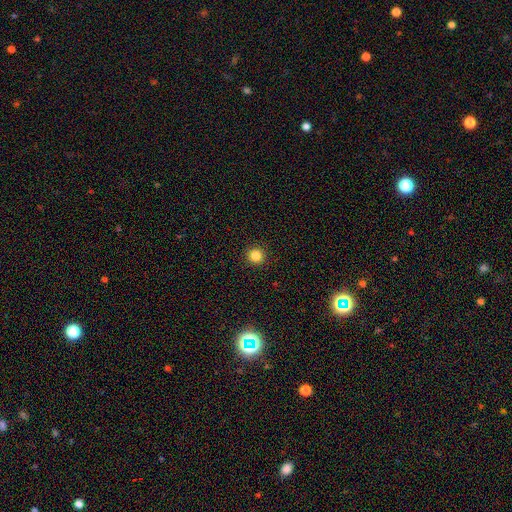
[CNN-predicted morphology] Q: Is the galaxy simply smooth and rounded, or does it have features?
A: smooth — 84%.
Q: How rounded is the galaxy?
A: round — 95%.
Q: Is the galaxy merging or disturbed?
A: none — 93%.